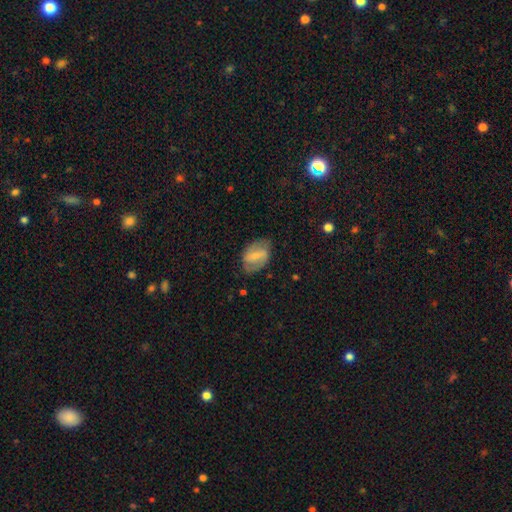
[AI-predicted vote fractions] Overall: featured or disk (53%; smooth 40%). Edge-on disk: no (95%). Bar: strong (46%; weak 40%). Spiral arms: yes (68%; no 32%). Bulge size: small (51%; moderate 27%). Merging: none (69%).